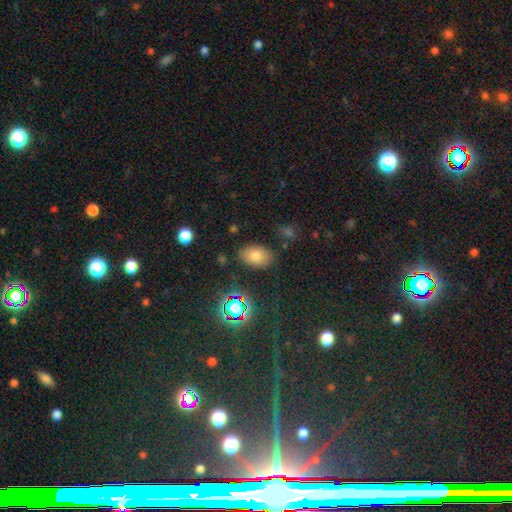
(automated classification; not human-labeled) Smooth or featured?
  - smooth: 73% *
  - star or artifact: 16%
  - featured or disk: 10%
How rounded?
  - in between: 88% *
  - round: 10%
  - cigar-shaped: 1%
Merging?
  - none: 82% *
  - minor disturbance: 12%
  - major disturbance: 3%
  - merger: 3%